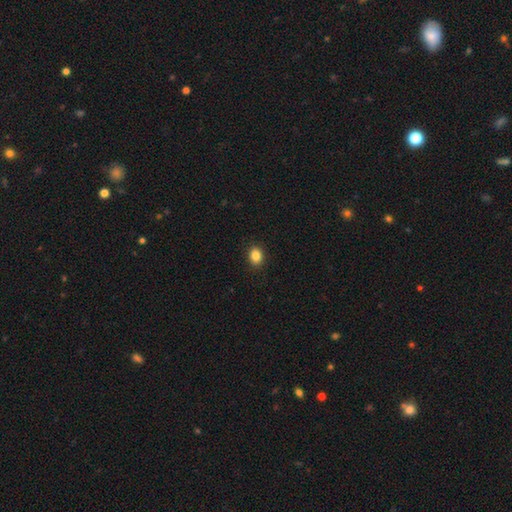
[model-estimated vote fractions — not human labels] smooth_or_featured: smooth (p=0.86) [alt: star or artifact p=0.10]
how_rounded: in between (p=0.60) [alt: round p=0.39]
merging: none (p=0.90) [alt: minor disturbance p=0.07]